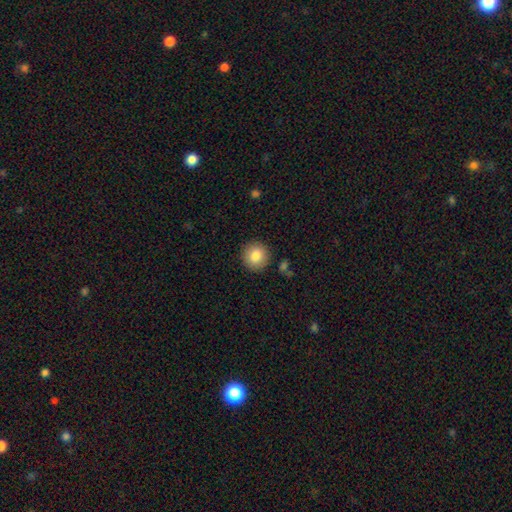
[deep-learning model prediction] Overall: smooth (84%). How rounded: round (93%). Merging: none (91%).